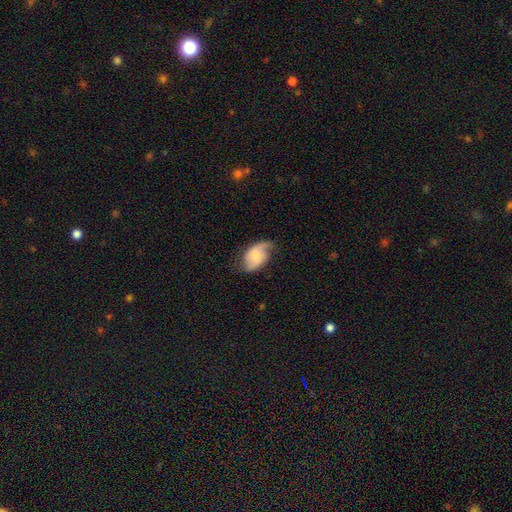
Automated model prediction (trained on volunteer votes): Smooth or featured?
  - featured or disk: 66% *
  - smooth: 27%
  - star or artifact: 6%
Edge-on disk?
  - no: 96% *
  - yes: 4%
Bar?
  - no: 56% *
  - weak: 36%
  - strong: 7%
Spiral arms?
  - yes: 93% *
  - no: 7%
Spiral winding?
  - loose: 45% *
  - medium: 39%
  - tight: 16%
Spiral arm count?
  - 2: 80% *
  - 1: 10%
  - can't tell: 7%
  - 3: 2%
  - 4: 1%
  - more than 4: 1%
Bulge size?
  - small: 45% *
  - moderate: 42%
  - none: 7%
  - large: 4%
  - dominant: 1%
Merging?
  - none: 62% *
  - minor disturbance: 26%
  - major disturbance: 10%
  - merger: 1%